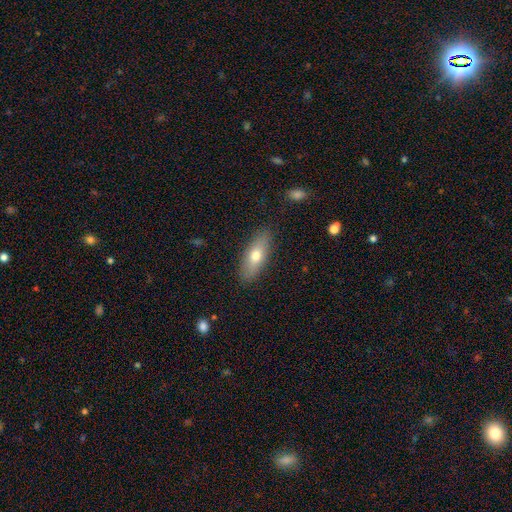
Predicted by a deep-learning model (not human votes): A smooth galaxy with no disk features (67%) that is in between round and cigar-shaped (67%).

Vote fractions:
- Smooth or featured? smooth: 67% / featured or disk: 26% / star or artifact: 7%
- How rounded? in between: 67% / cigar-shaped: 29% / round: 4%
- Merging? none: 87% / minor disturbance: 9% / major disturbance: 2% / merger: 1%